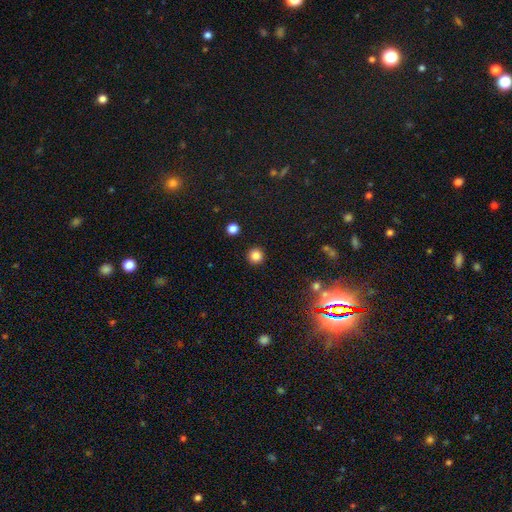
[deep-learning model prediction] Smooth or featured?
  - smooth: 84% *
  - star or artifact: 12%
  - featured or disk: 4%
How rounded?
  - round: 96% *
  - in between: 3%
  - cigar-shaped: 1%
Merging?
  - none: 92% *
  - minor disturbance: 4%
  - major disturbance: 2%
  - merger: 2%